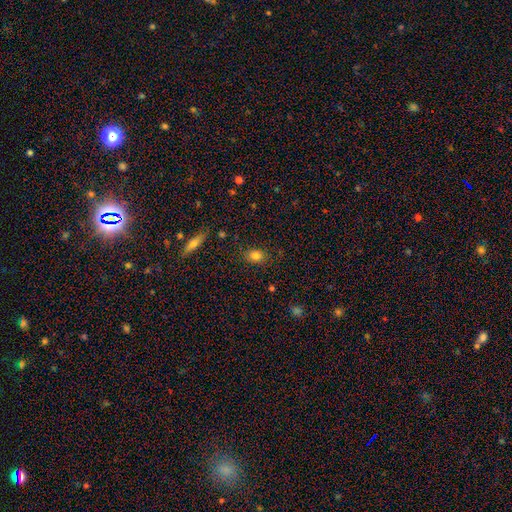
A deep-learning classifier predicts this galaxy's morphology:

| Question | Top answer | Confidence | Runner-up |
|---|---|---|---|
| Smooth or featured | smooth | 82% | star or artifact (11%) |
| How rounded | in between | 71% | round (27%) |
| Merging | none | 83% | minor disturbance (12%) |